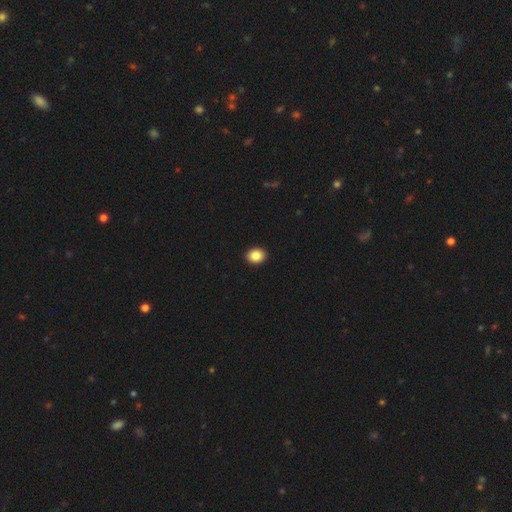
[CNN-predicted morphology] A smooth galaxy with no disk features (87%) that is in between round and cigar-shaped (50%). Merging: none (93%).